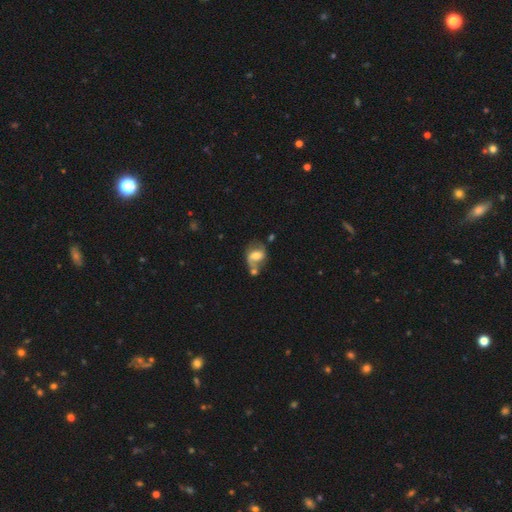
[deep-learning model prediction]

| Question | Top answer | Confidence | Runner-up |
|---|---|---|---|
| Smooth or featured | featured or disk | 58% | smooth (34%) |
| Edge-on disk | no | 97% | yes (3%) |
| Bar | weak | 44% | no (34%) |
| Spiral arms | yes | 80% | no (20%) |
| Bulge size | moderate | 54% | small (20%) |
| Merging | none | 43% | merger (24%) |